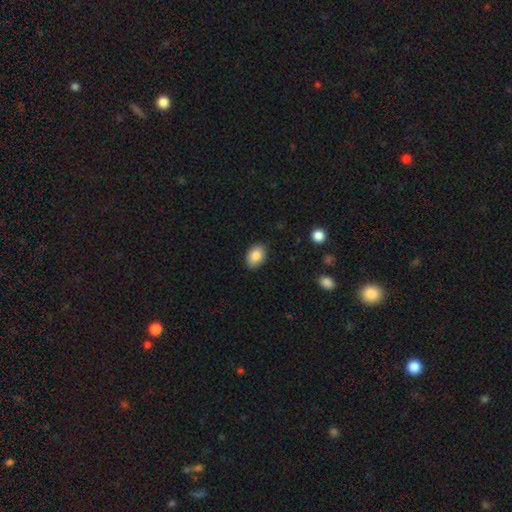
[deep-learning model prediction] Smooth or featured? Predicted: smooth (p=0.86). How rounded? Predicted: in between (p=0.83). Merging? Predicted: none (p=0.87).